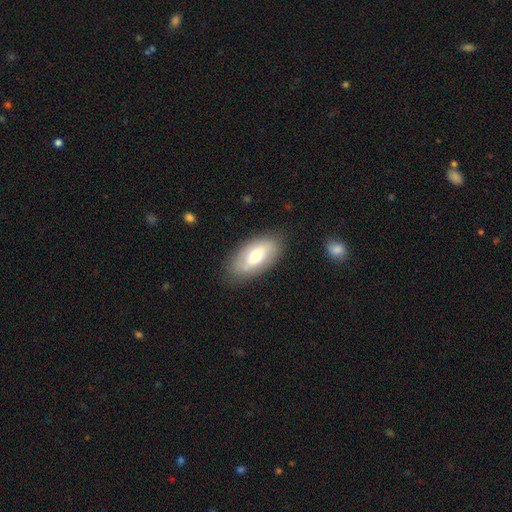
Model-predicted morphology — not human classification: Smooth or featured? Predicted: smooth (p=0.59). How rounded? Predicted: in between (p=0.92). Merging? Predicted: none (p=0.83).